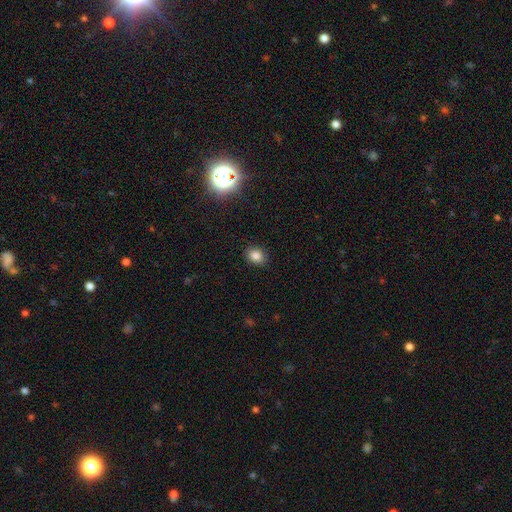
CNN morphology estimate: Smooth or featured: smooth — 81% (star or artifact — 13%)
How rounded: round — 55% (in between — 44%)
Merging: none — 88% (minor disturbance — 9%)